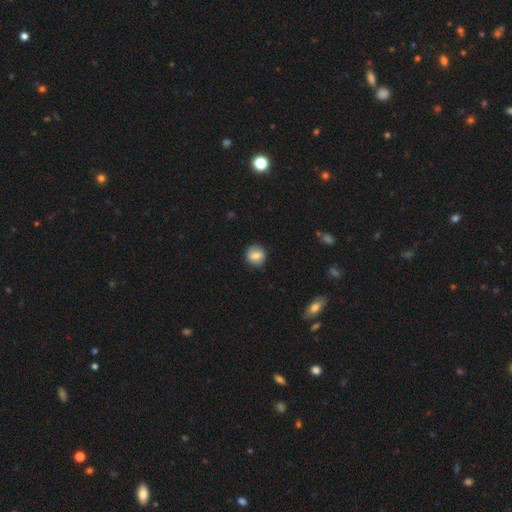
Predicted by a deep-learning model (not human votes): A smooth galaxy with no disk features (70%) that is round (87%).

Vote fractions:
- Smooth or featured? smooth: 70% / featured or disk: 22% / star or artifact: 8%
- How rounded? round: 87% / in between: 12% / cigar-shaped: 1%
- Merging? none: 86% / minor disturbance: 11% / major disturbance: 2% / merger: 1%